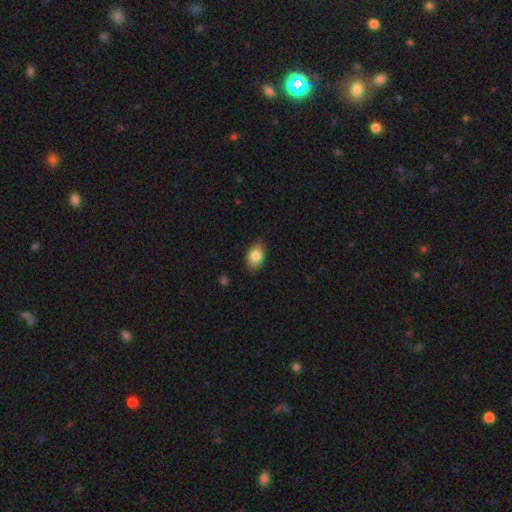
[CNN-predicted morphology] Smooth or featured? Predicted: smooth (p=0.84). How rounded? Predicted: in between (p=0.86). Merging? Predicted: none (p=0.80).